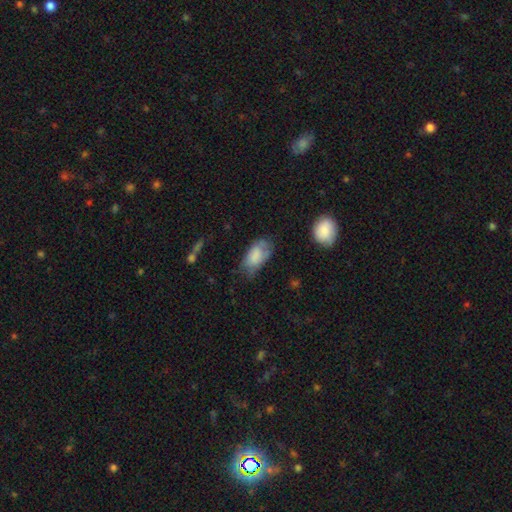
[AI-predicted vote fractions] This is likely a smooth galaxy (79%). How rounded: clearly in between (93%). Merging: possibly none (51%).